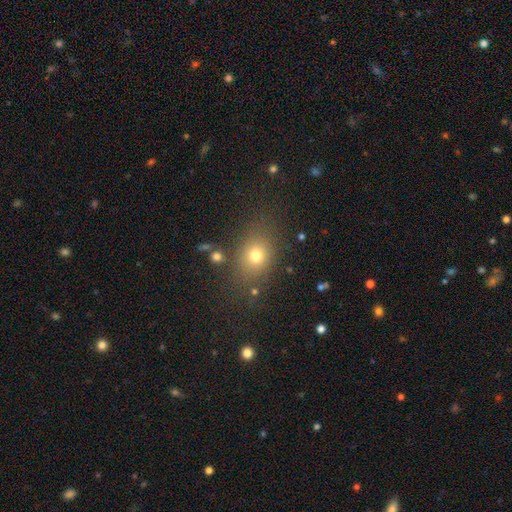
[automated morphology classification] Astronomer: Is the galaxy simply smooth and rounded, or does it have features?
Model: smooth — 74%.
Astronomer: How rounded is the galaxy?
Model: in between — 49%, tied with round at 49%.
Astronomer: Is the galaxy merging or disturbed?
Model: none — 76%.